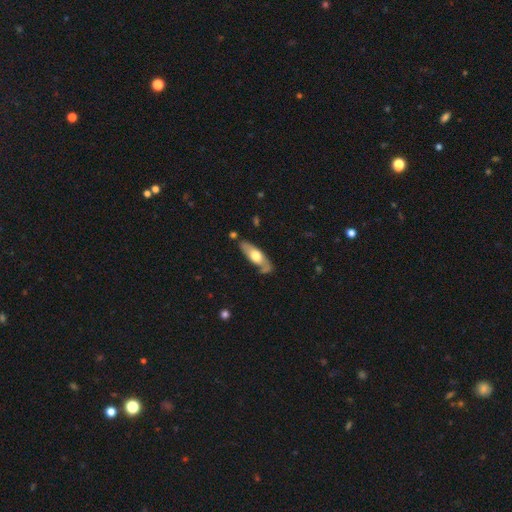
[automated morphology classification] A smooth galaxy with no disk features (48%).

Vote fractions:
- Smooth or featured? smooth: 48% / featured or disk: 47% / star or artifact: 5%
- Merging? none: 70% / minor disturbance: 20% / major disturbance: 5% / merger: 5%